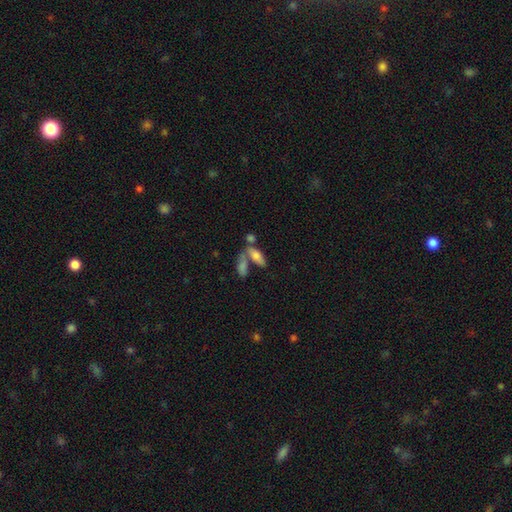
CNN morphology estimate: A smooth galaxy with no disk features (71%) that is in between round and cigar-shaped (76%). Merging: merger (41%).